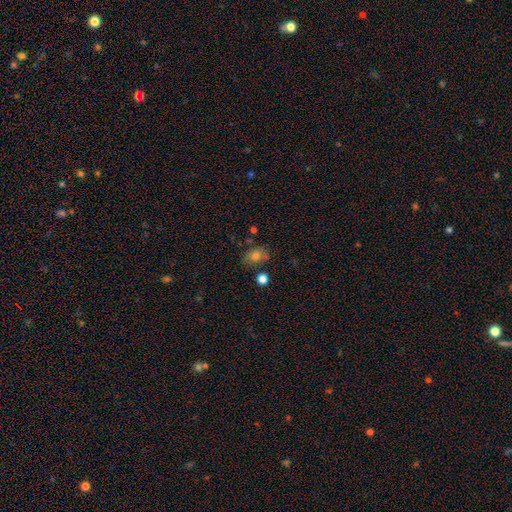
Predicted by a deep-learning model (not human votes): Smooth or featured? Predicted: smooth (p=0.69). How rounded? Predicted: in between (p=0.68). Merging? Predicted: none (p=0.70).